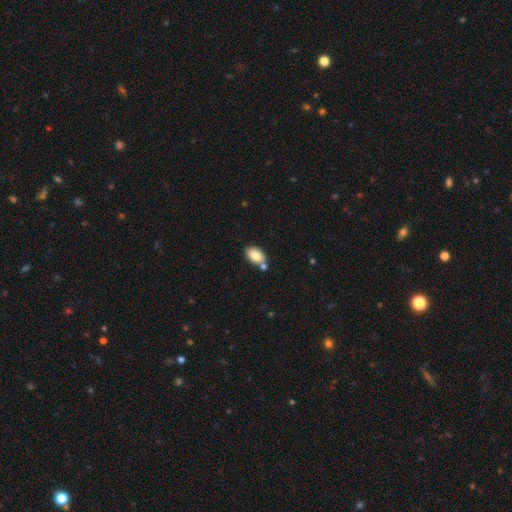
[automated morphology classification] A smooth galaxy with no disk features (84%) that is in between round and cigar-shaped (90%).

Vote fractions:
- Smooth or featured? smooth: 84% / featured or disk: 8% / star or artifact: 8%
- How rounded? in between: 90% / round: 9% / cigar-shaped: 1%
- Merging? none: 66% / merger: 18% / minor disturbance: 13% / major disturbance: 3%